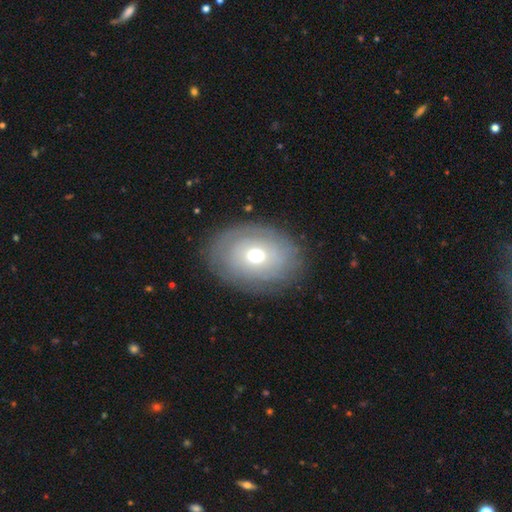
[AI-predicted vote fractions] Smooth or featured? featured or disk (48%)
Merging? none (82%)